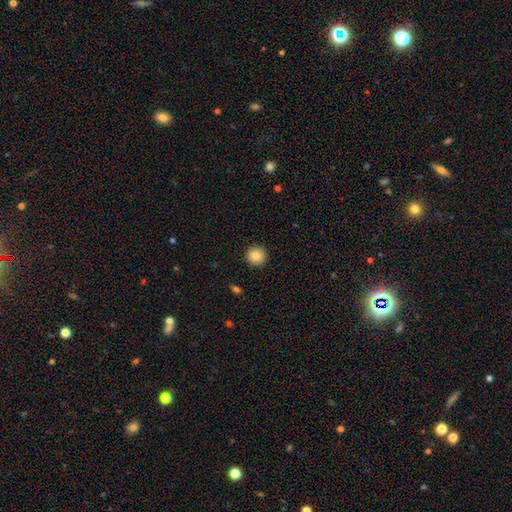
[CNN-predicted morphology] Smooth or featured? Predicted: smooth (p=0.83). How rounded? Predicted: round (p=0.96). Merging? Predicted: none (p=0.92).